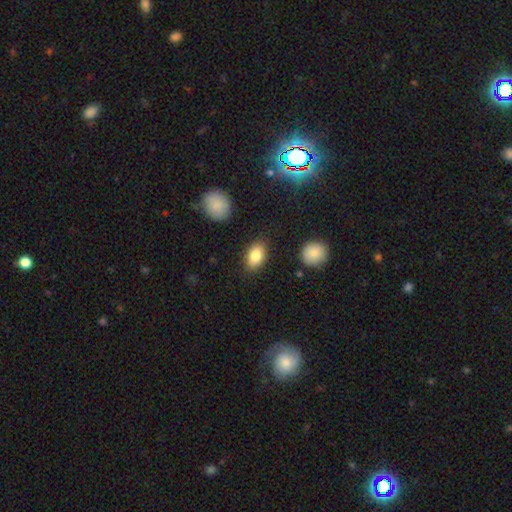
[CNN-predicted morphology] Q: Smooth or featured?
A: smooth (84%); runner-up: featured or disk (9%)
Q: How rounded?
A: in between (89%); runner-up: round (9%)
Q: Merging?
A: none (83%); runner-up: minor disturbance (12%)